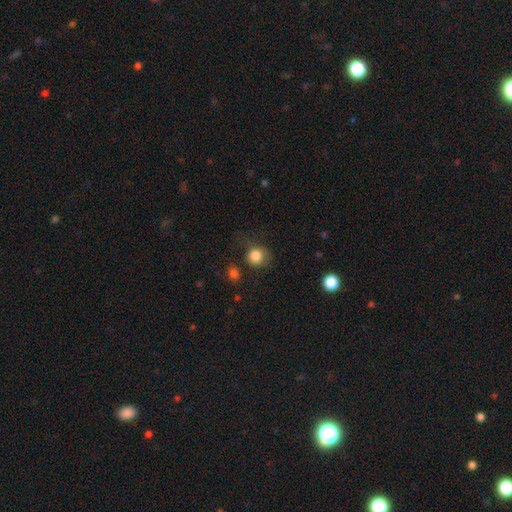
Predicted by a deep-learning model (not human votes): Q: Smooth or featured?
A: smooth (84%); runner-up: star or artifact (11%)
Q: How rounded?
A: round (87%); runner-up: in between (12%)
Q: Merging?
A: none (70%); runner-up: minor disturbance (18%)